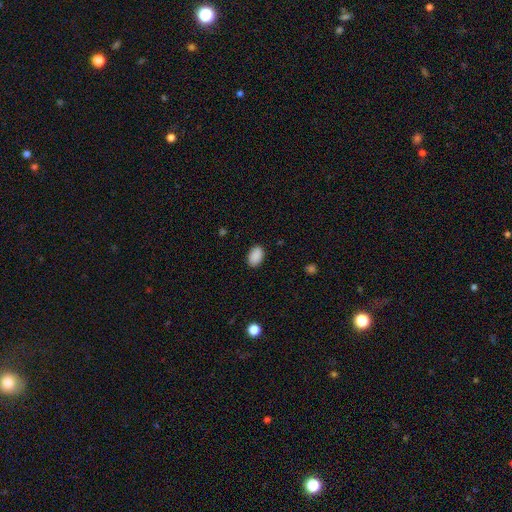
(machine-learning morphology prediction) This appears to be a smooth galaxy with no disk features (90%) that is in between round and cigar-shaped (89%). Merging: none (88%).